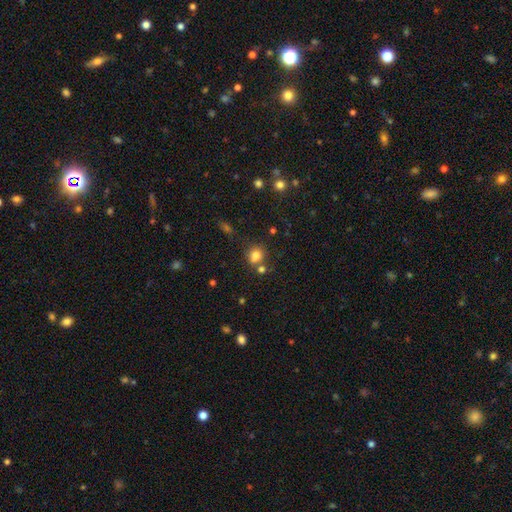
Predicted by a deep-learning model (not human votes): Smooth or featured? Predicted: smooth (p=0.78). How rounded? Predicted: round (p=0.65). Merging? Predicted: none (p=0.60).